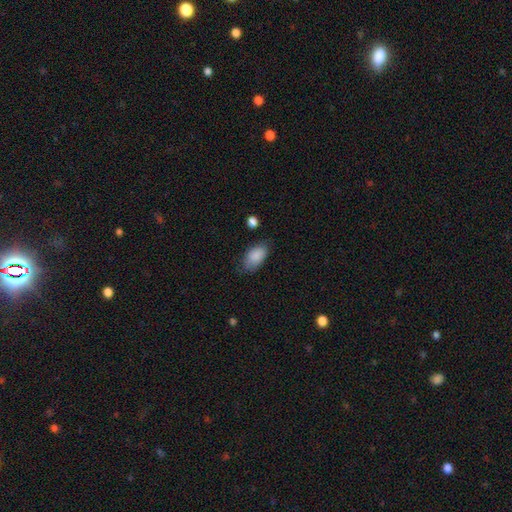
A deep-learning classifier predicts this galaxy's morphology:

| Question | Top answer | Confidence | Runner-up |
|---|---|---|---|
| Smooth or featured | smooth | 87% | star or artifact (7%) |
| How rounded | in between | 93% | round (5%) |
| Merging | none | 70% | minor disturbance (22%) |